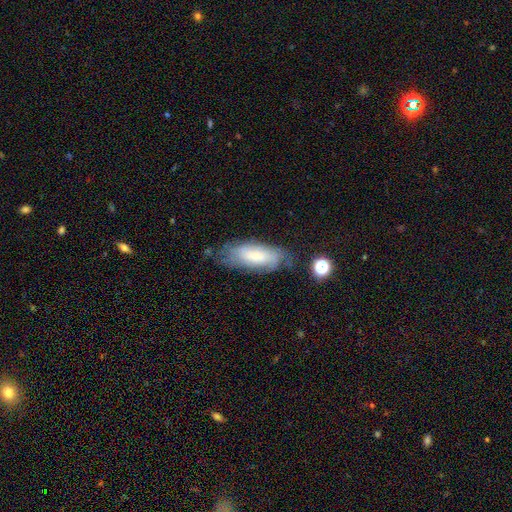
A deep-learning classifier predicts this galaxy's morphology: This appears to be a smooth galaxy with no disk features (56%) that is in between round and cigar-shaped (75%). Merging: none (60%).